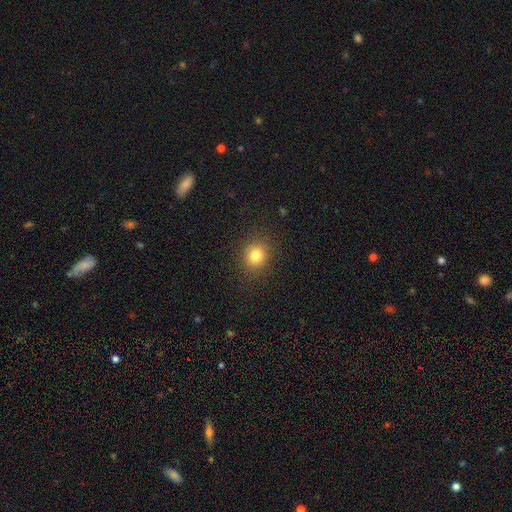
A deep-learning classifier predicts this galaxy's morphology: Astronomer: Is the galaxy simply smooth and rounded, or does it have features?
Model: smooth — 80%.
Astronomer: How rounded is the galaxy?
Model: round — 76%.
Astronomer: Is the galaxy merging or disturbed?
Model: none — 87%.